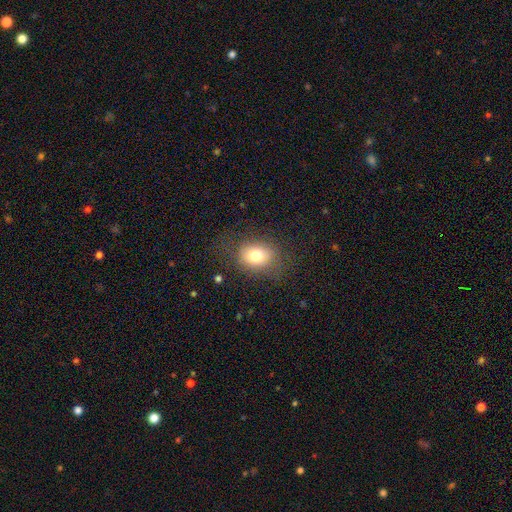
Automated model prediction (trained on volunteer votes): Smooth or featured? Predicted: smooth (p=0.75). How rounded? Predicted: in between (p=0.55). Merging? Predicted: none (p=0.72).